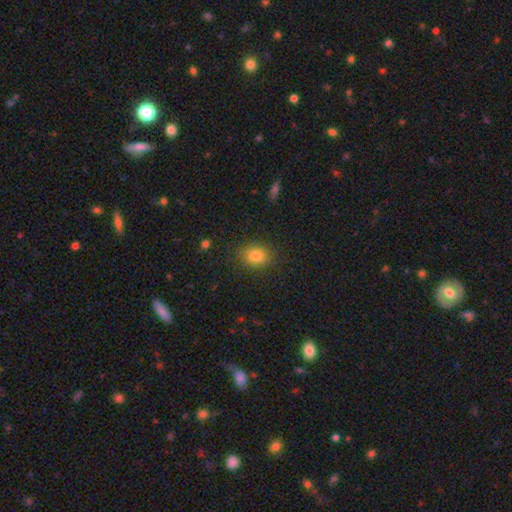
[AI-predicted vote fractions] smooth 82%, star or artifact 11%, featured or disk 7%. Down the decision tree: how rounded — in between (53%); merging — none (83%).